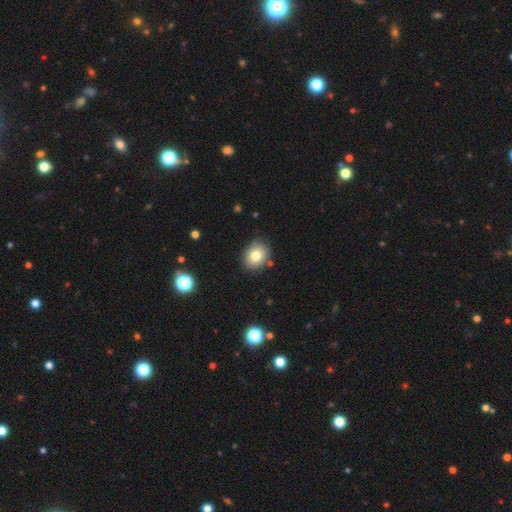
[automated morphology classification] smooth_or_featured: smooth (p=0.78) [alt: featured or disk p=0.11]
how_rounded: round (p=0.50) [alt: in between p=0.49]
merging: none (p=0.84) [alt: minor disturbance p=0.11]